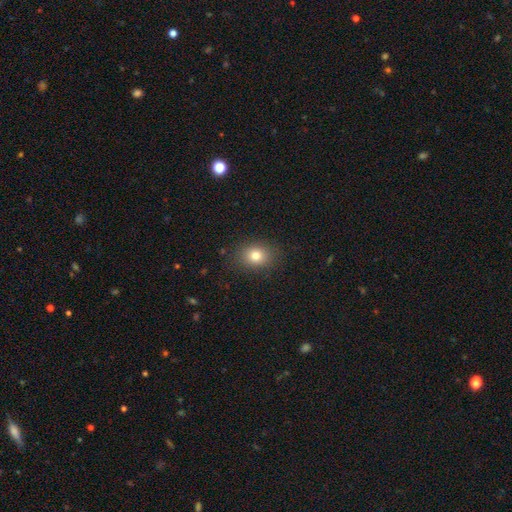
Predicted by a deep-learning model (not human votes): Smooth or featured? smooth (79%)
How rounded? round (52%)
Merging? none (86%)